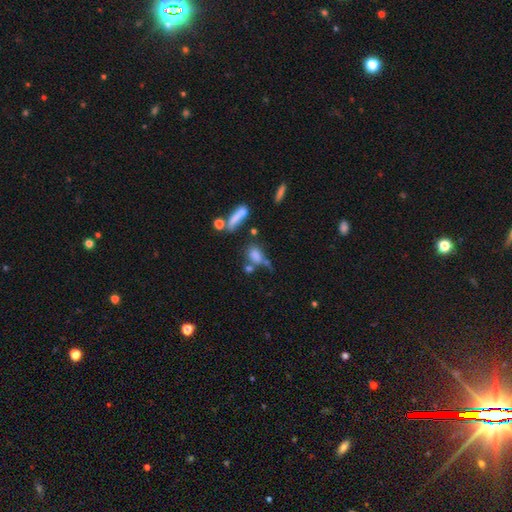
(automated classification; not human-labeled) A smooth galaxy with no disk features (74%) that is in between round and cigar-shaped (62%).

Vote fractions:
- Smooth or featured? smooth: 74% / featured or disk: 13% / star or artifact: 13%
- How rounded? in between: 62% / round: 25% / cigar-shaped: 13%
- Merging? none: 39% / merger: 29% / minor disturbance: 17% / major disturbance: 15%